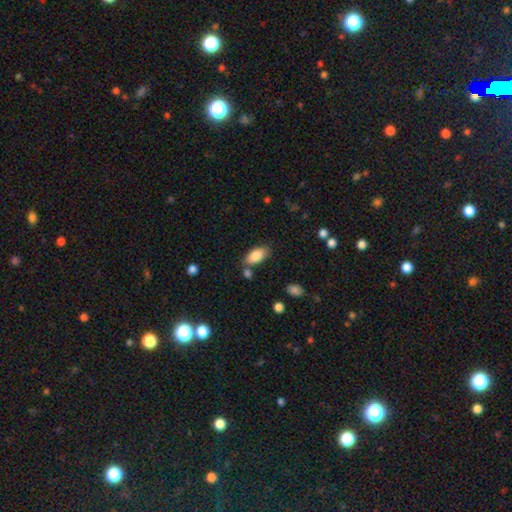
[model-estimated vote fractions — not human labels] Smooth or featured: smooth — 85% (featured or disk — 8%)
How rounded: in between — 91% (cigar-shaped — 6%)
Merging: none — 70% (minor disturbance — 15%)